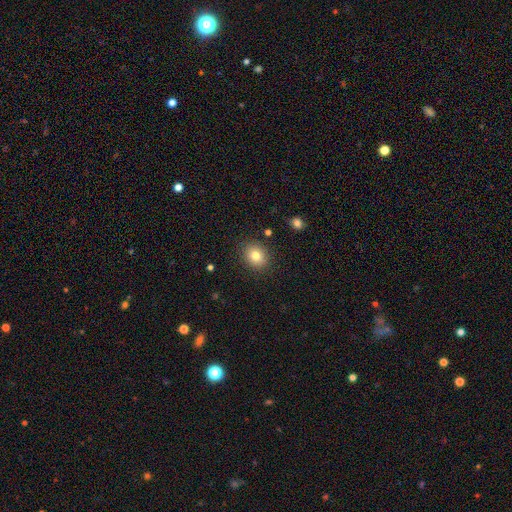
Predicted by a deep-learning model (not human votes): A smooth galaxy with no disk features (81%) that is round (65%).

Vote fractions:
- Smooth or featured? smooth: 81% / star or artifact: 10% / featured or disk: 9%
- How rounded? round: 65% / in between: 34% / cigar-shaped: 1%
- Merging? none: 88% / minor disturbance: 8% / major disturbance: 2% / merger: 2%